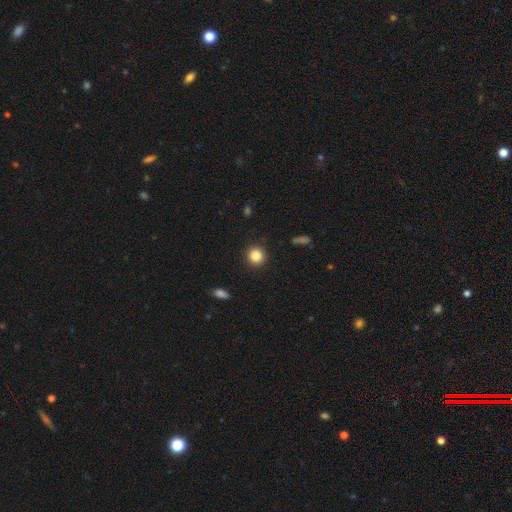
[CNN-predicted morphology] Smooth or featured? Predicted: smooth (p=0.85). How rounded? Predicted: round (p=0.91). Merging? Predicted: none (p=0.91).